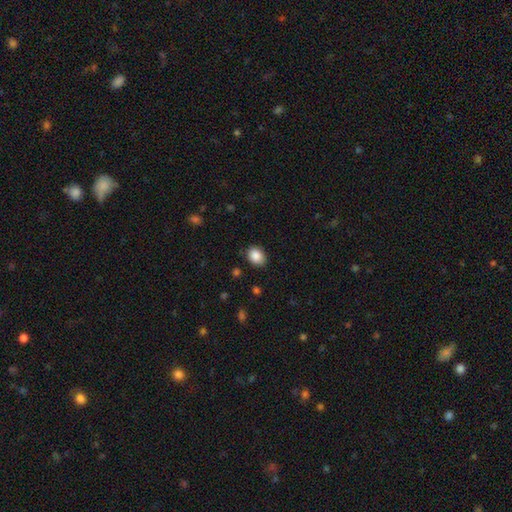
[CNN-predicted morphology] This appears to be a smooth galaxy with no disk features (88%) that is in between round and cigar-shaped (60%). Merging: none (84%).